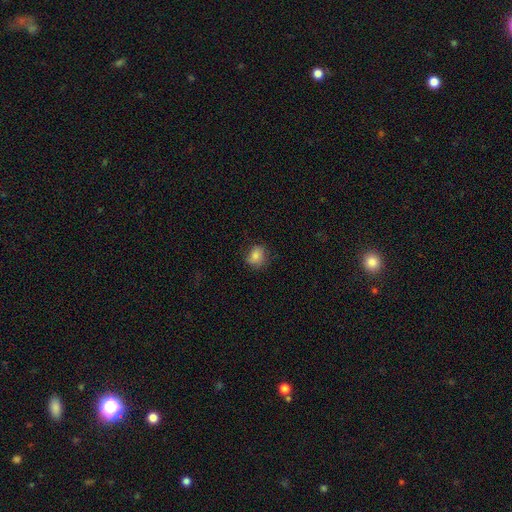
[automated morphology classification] This appears to be a smooth galaxy with no disk features (80%) that is round (57%). Merging: none (72%).